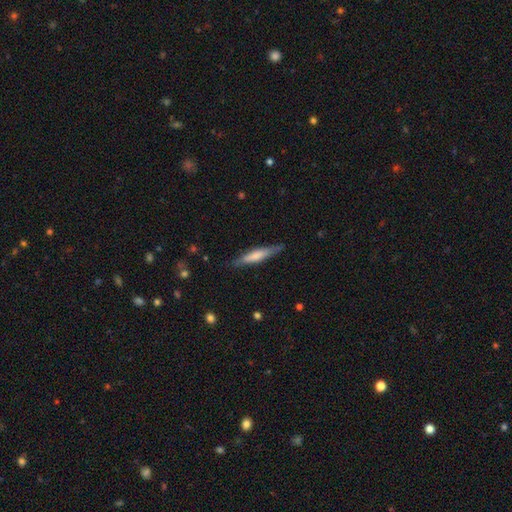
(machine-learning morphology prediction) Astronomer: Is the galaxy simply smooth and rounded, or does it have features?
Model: smooth — 56% (runner-up: featured or disk, 38%).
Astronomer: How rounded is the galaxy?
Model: cigar-shaped — 89%.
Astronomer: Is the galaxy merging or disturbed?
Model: none — 84%.